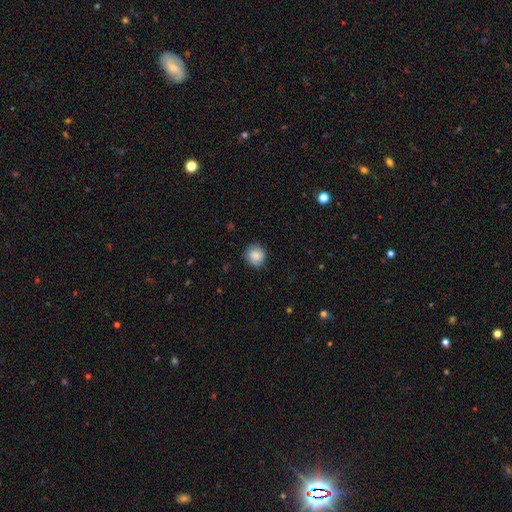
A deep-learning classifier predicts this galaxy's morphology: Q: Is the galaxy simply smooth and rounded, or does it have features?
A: smooth — 80%.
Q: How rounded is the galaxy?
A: round — 88%.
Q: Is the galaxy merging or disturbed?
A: none — 81%.